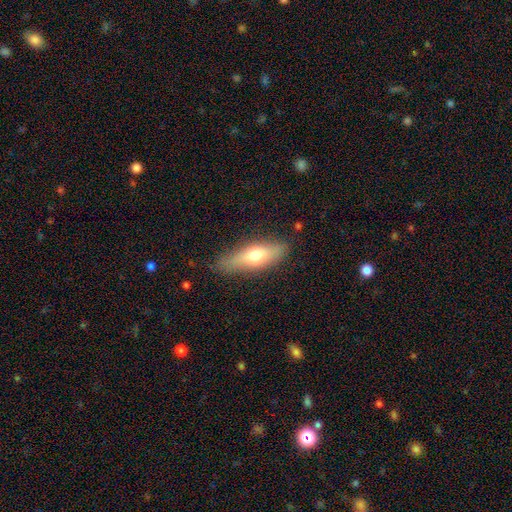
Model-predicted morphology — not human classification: Smooth or featured? Predicted: smooth (p=0.62). How rounded? Predicted: in between (p=0.55). Merging? Predicted: none (p=0.79).